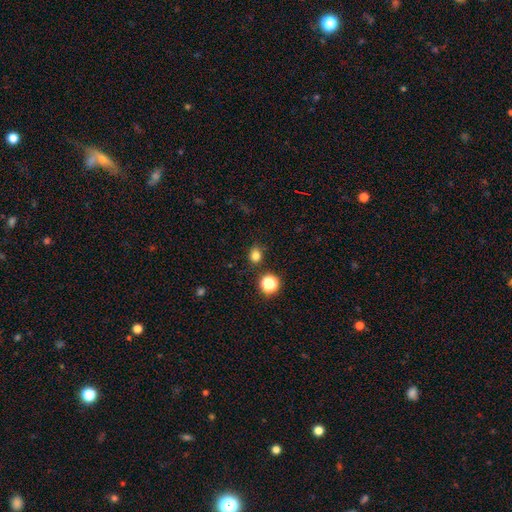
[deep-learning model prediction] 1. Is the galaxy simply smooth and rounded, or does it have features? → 79% smooth, 16% star or artifact, 5% featured or disk.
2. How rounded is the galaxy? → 63% round, 36% in between, 1% cigar-shaped.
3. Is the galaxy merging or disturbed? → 80% none, 13% minor disturbance, 4% merger, 3% major disturbance.